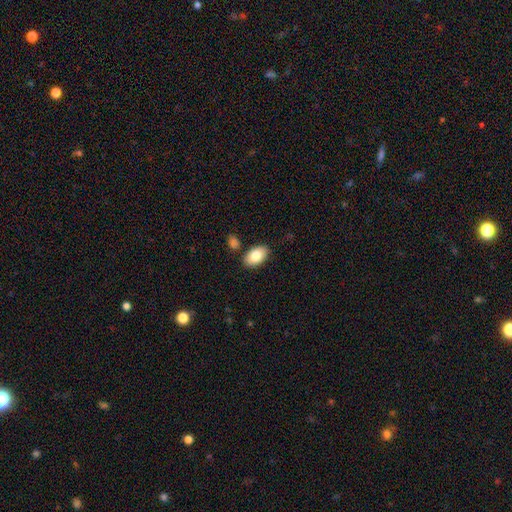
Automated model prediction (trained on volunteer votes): Overall: smooth (82%). How rounded: in between (93%). Merging: none (84%).